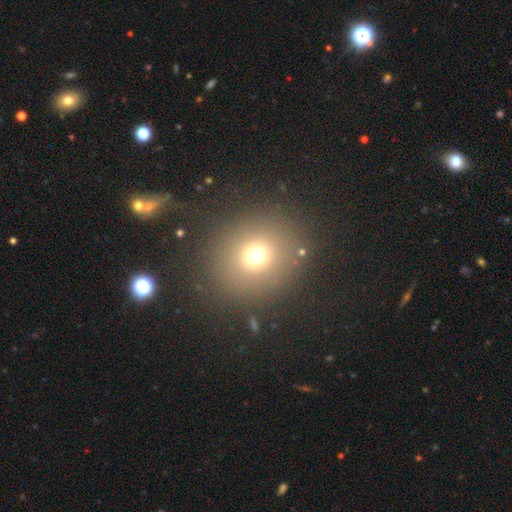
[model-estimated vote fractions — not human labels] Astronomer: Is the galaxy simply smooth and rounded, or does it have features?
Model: smooth — 69%.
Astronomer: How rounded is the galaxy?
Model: round — 86%.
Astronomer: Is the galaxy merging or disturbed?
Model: none — 82%.